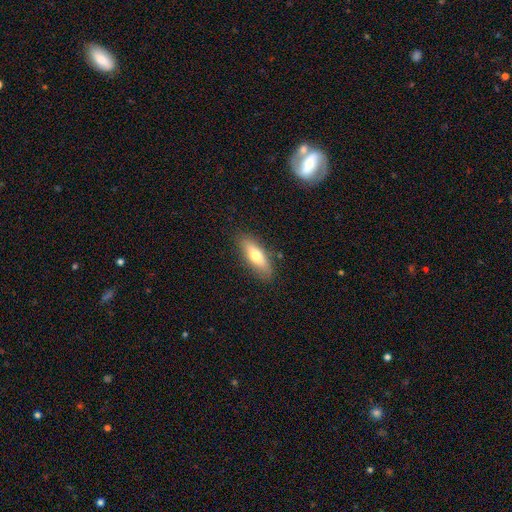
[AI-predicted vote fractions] Smooth or featured: smooth — 66% (featured or disk — 27%)
How rounded: in between — 56% (cigar-shaped — 41%)
Merging: none — 85% (minor disturbance — 11%)